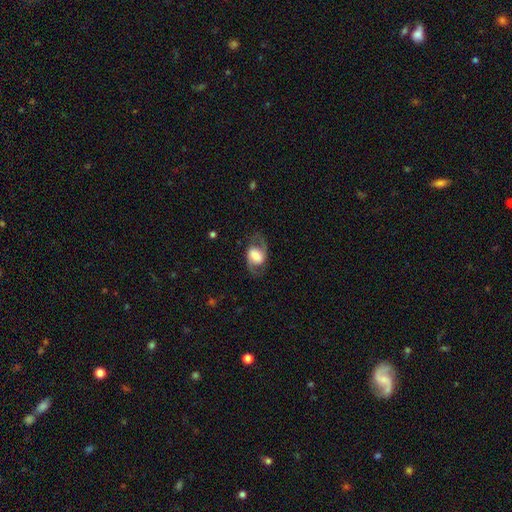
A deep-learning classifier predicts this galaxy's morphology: A featured or disk galaxy (69%) with no bar (39%, tied with weak), 2 (91%) medium (50%) spiral arms (87%) and a large central bulge (43%).

Vote fractions:
- Smooth or featured? featured or disk: 69% / smooth: 24% / star or artifact: 7%
- Edge-on disk? no: 96% / yes: 4%
- Bar? no: 39% (tied) / weak: 39% (tied) / strong: 22%
- Spiral arms? yes: 87% / no: 13%
- Spiral winding? medium: 50% / loose: 35% / tight: 15%
- Spiral arm count? 2: 91% / can't tell: 4% / 1: 2% / 3: 1% / 4: 1% / more than 4: 1%
- Bulge size? large: 43% / moderate: 25% / small: 13% / dominant: 12% / none: 7%
- Merging? none: 74% / minor disturbance: 14% / major disturbance: 10% / merger: 1%